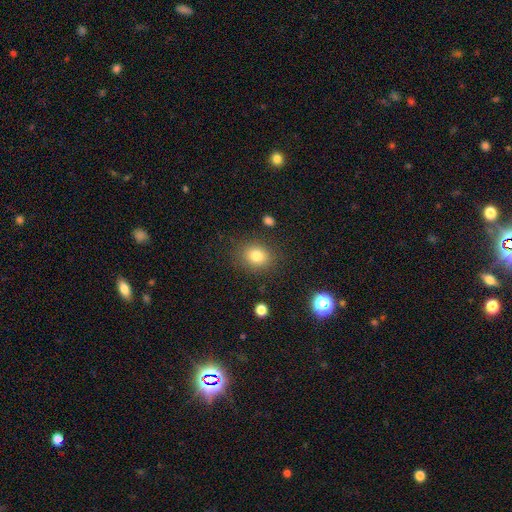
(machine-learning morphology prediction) A smooth galaxy with no disk features (81%) that is round (63%).

Vote fractions:
- Smooth or featured? smooth: 81% / star or artifact: 11% / featured or disk: 8%
- How rounded? round: 63% / in between: 36% / cigar-shaped: 1%
- Merging? none: 85% / minor disturbance: 10% / major disturbance: 4% / merger: 2%